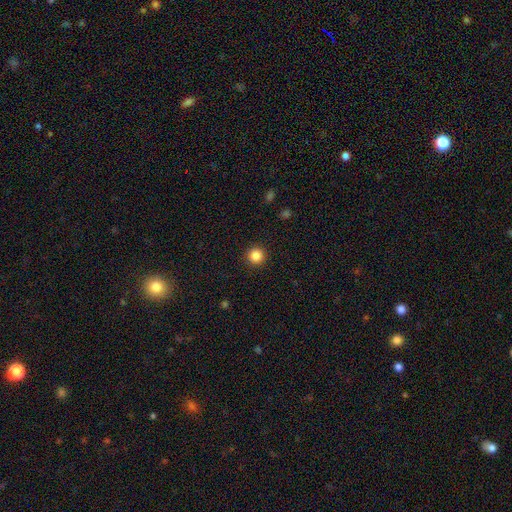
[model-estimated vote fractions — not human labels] Q: Smooth or featured?
A: smooth (86%); runner-up: star or artifact (10%)
Q: How rounded?
A: round (96%); runner-up: in between (3%)
Q: Merging?
A: none (93%); runner-up: minor disturbance (5%)